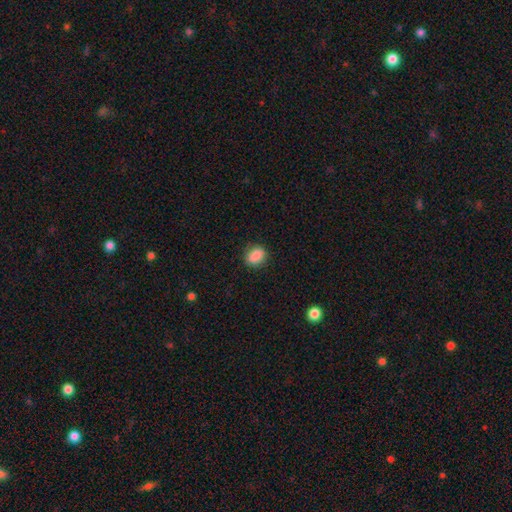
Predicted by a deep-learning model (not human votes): smooth_or_featured: smooth (p=0.88) [alt: star or artifact p=0.08]
how_rounded: in between (p=0.62) [alt: round p=0.37]
merging: none (p=0.85) [alt: minor disturbance p=0.11]